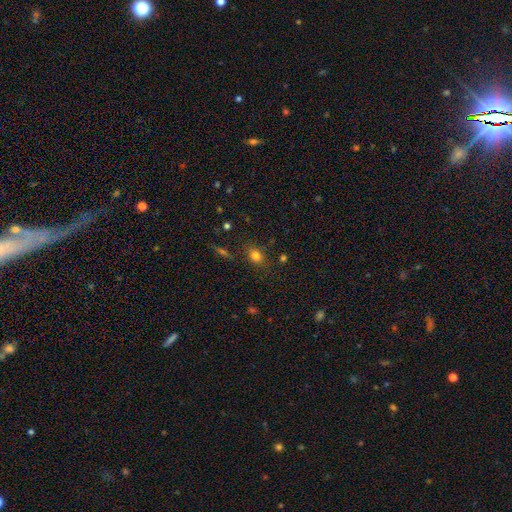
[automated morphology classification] Overall: smooth (78%). How rounded: in between (50%; round 48%). Merging: none (81%).